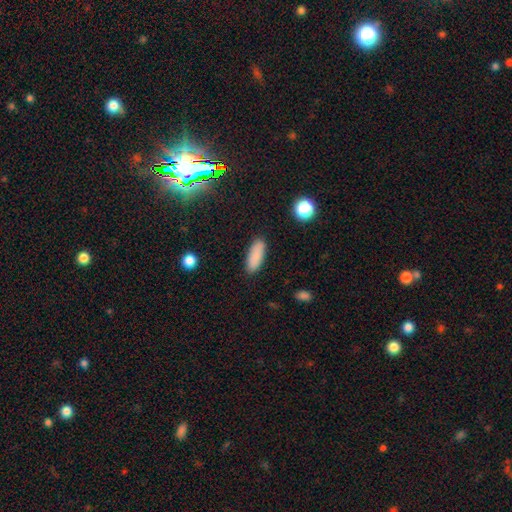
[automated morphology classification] smooth 87%, star or artifact 7%, featured or disk 5%. Down the decision tree: how rounded — in between (64%); merging — none (88%).